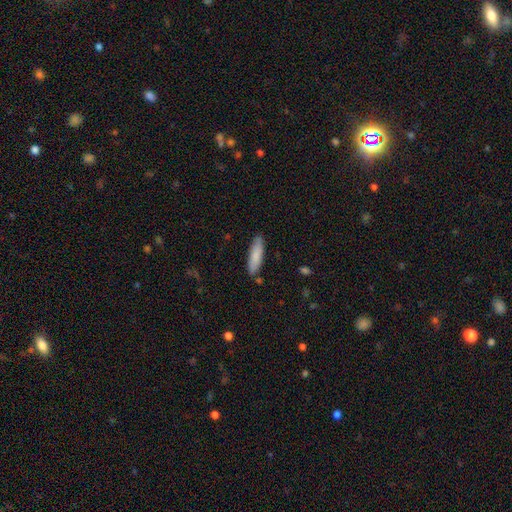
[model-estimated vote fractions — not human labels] Smooth or featured? smooth (82%)
How rounded? cigar-shaped (65%)
Merging? none (84%)